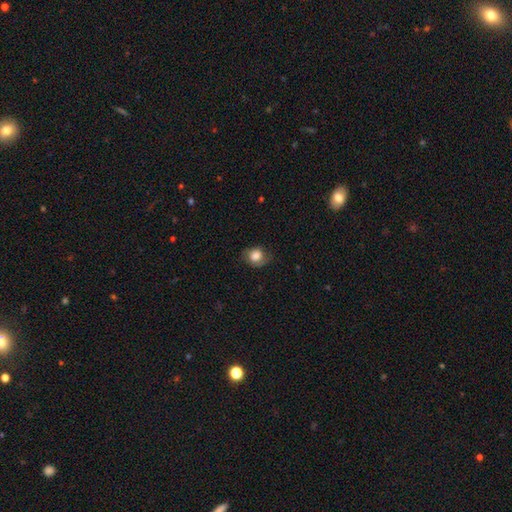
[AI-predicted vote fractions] smooth-or-featured: smooth: 76% | featured or disk: 16% | star or artifact: 8%
  how-rounded: round: 62% | in between: 37% | cigar-shaped: 1%
  merging: none: 65% | minor disturbance: 24% | major disturbance: 9% | merger: 1%